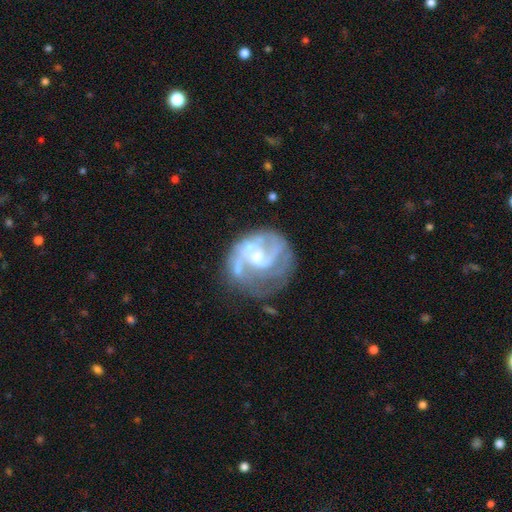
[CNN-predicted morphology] A featured or disk galaxy (84%) with no bar (50%), 2 (51%) medium (47%) spiral arms (90%) and a small central bulge (49%). Merging: none (50%).